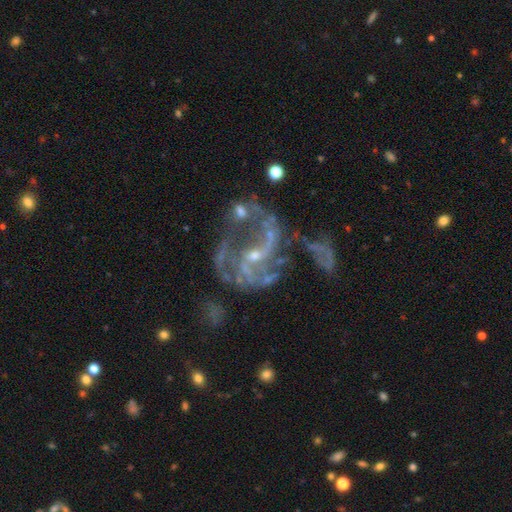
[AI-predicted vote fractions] A featured or disk galaxy (86%) with no bar (45%), 2 (58%) medium (44%) spiral arms (88%) and a small central bulge (66%). Merging: major disturbance (36%).